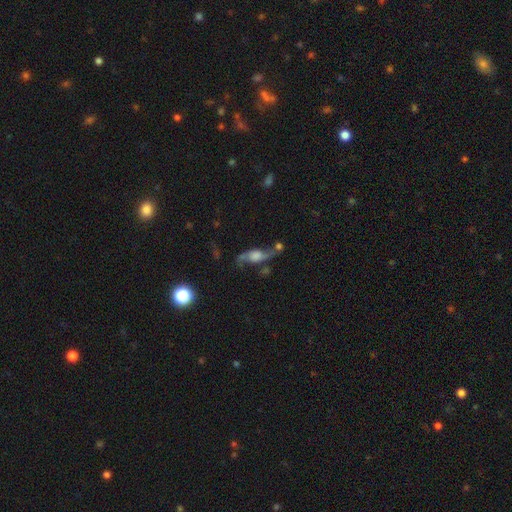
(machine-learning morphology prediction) This is likely a featured or disk galaxy (78%). It is clearly not viewed edge-on (82%). Bar: likely no (62%). Spiral arm pattern: clearly yes (93%). Spiral arm count: clearly 2 (92%). Spiral winding: clearly loose (85%). Central bulge: marginally large (36%). Merging: possibly none (56%).